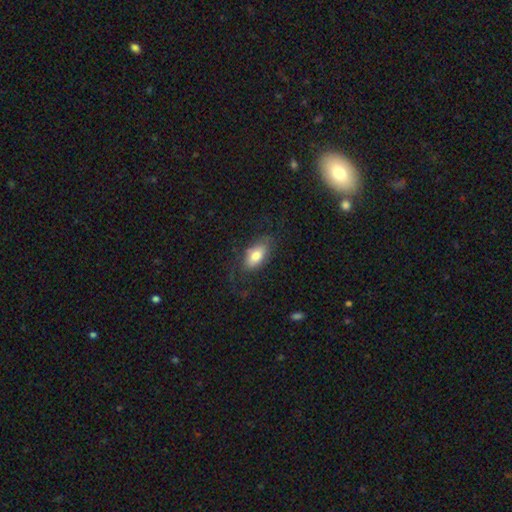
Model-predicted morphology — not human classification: smooth_or_featured: smooth (p=0.72) [alt: featured or disk p=0.21]
how_rounded: in between (p=0.91) [alt: cigar-shaped p=0.06]
merging: none (p=0.66) [alt: minor disturbance p=0.20]